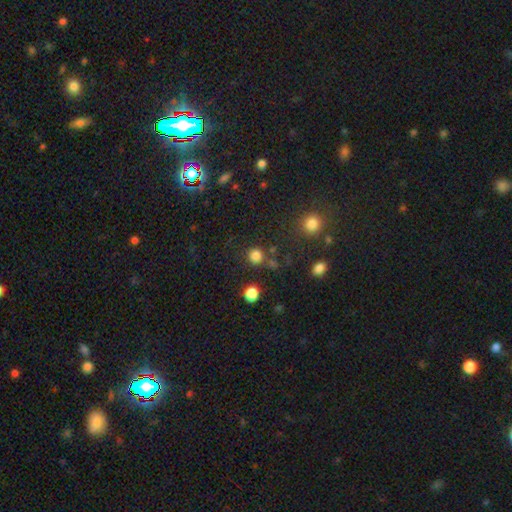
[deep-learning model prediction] smooth 80%, star or artifact 15%, featured or disk 5%. Down the decision tree: how rounded — round (90%); merging — none (78%).